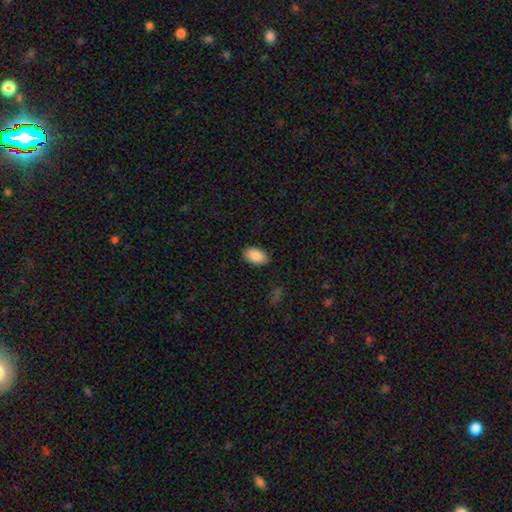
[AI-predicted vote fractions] Q: Smooth or featured?
A: smooth (89%); runner-up: star or artifact (7%)
Q: How rounded?
A: in between (94%); runner-up: round (5%)
Q: Merging?
A: none (88%); runner-up: minor disturbance (9%)